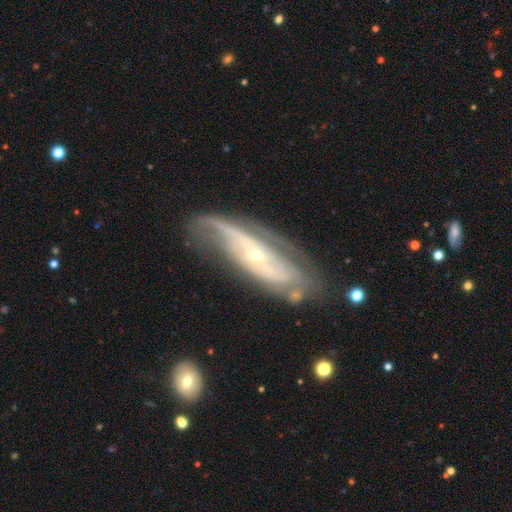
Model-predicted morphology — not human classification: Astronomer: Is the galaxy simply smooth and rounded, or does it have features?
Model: featured or disk — 81%.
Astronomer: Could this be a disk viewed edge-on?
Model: no — 83%.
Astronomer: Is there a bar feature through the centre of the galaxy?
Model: no — 67%.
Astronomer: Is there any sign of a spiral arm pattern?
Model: yes — 84%.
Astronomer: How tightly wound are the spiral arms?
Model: tight — 41% (runner-up: medium, 36%).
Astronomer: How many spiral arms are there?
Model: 2 — 45% (runner-up: can't tell, 35%).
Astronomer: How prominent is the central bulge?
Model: small — 76%.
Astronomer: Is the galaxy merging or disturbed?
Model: none — 57%.